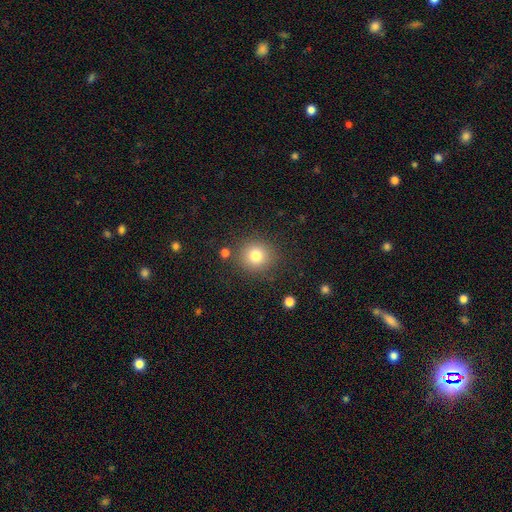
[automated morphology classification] A smooth galaxy with no disk features (79%) that is round (90%). Merging: none (85%).